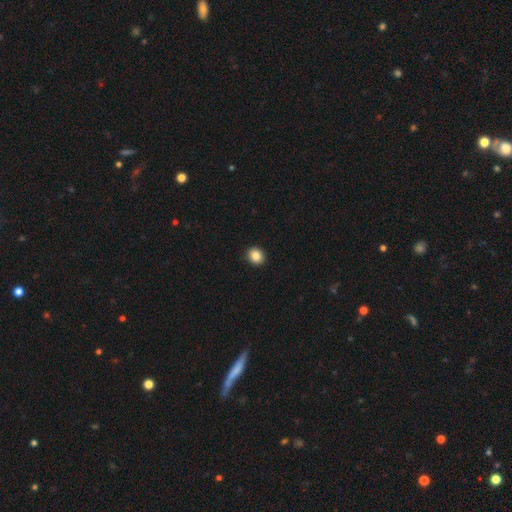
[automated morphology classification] smooth-or-featured: smooth: 86% | star or artifact: 9% | featured or disk: 4%
  how-rounded: round: 73% | in between: 26% | cigar-shaped: 1%
  merging: none: 92% | minor disturbance: 5% | major disturbance: 1% | merger: 1%